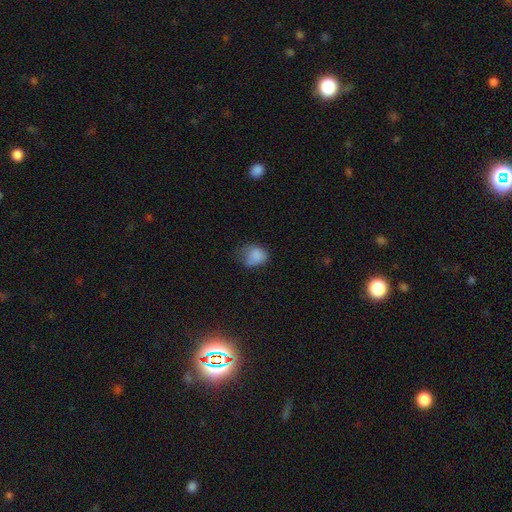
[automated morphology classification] Smooth or featured?
  - smooth: 81% *
  - star or artifact: 11%
  - featured or disk: 8%
How rounded?
  - in between: 52% *
  - round: 47%
  - cigar-shaped: 1%
Merging?
  - none: 38% *
  - minor disturbance: 37%
  - major disturbance: 22%
  - merger: 2%